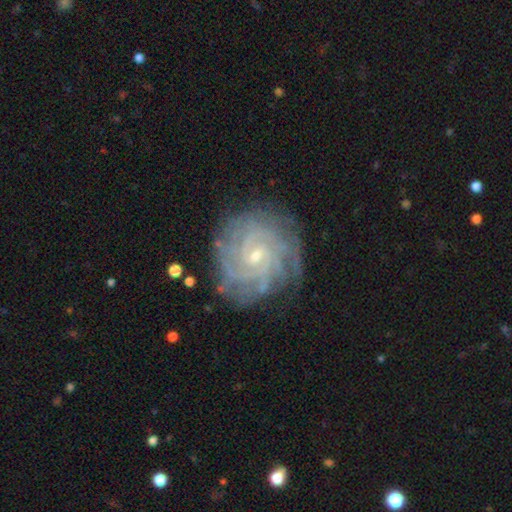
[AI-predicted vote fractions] featured or disk 88%, star or artifact 6%, smooth 6%. Down the decision tree: edge-on disk — no (98%); bar — no (52%); spiral arms — yes (98%); spiral arm count — can't tell (27%); spiral winding — tight (79%); bulge size — small (74%); merging — none (81%).